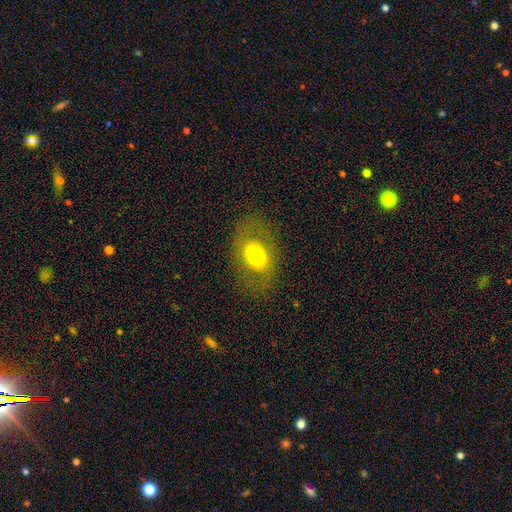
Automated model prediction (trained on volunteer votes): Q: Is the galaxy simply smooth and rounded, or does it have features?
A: smooth — 53%.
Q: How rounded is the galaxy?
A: in between — 73%.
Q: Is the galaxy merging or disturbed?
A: none — 77%.